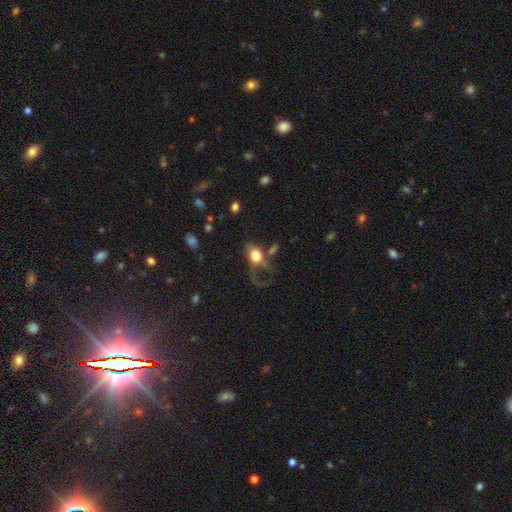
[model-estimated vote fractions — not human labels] Overall: smooth (69%). How rounded: in between (73%). Merging: major disturbance (55%; none 19%).